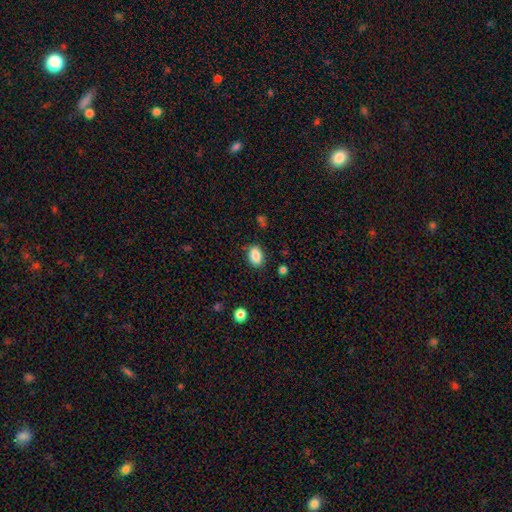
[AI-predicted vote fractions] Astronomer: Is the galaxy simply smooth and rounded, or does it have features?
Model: smooth — 87%.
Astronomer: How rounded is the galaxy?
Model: in between — 83%.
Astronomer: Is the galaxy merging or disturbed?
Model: none — 85%.